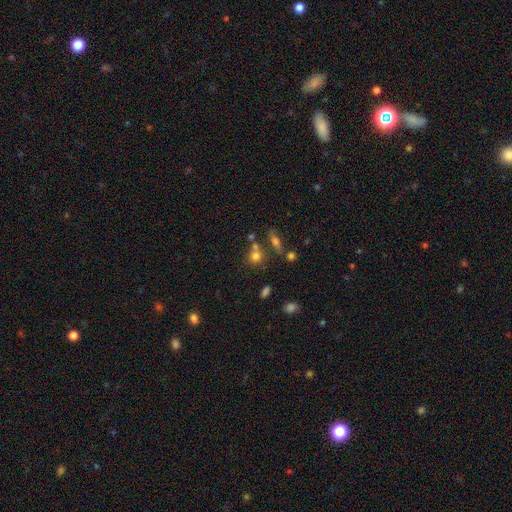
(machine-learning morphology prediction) type=smooth (73%); roundness=round (80%); merging=none (57%).